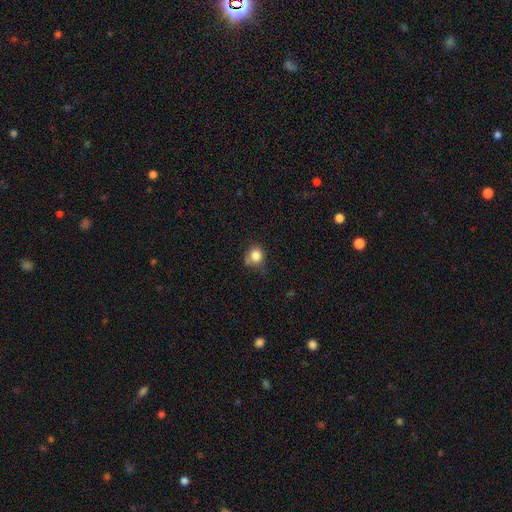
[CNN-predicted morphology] This appears to be a smooth galaxy with no disk features (83%) that is round (77%). Merging: none (60%).